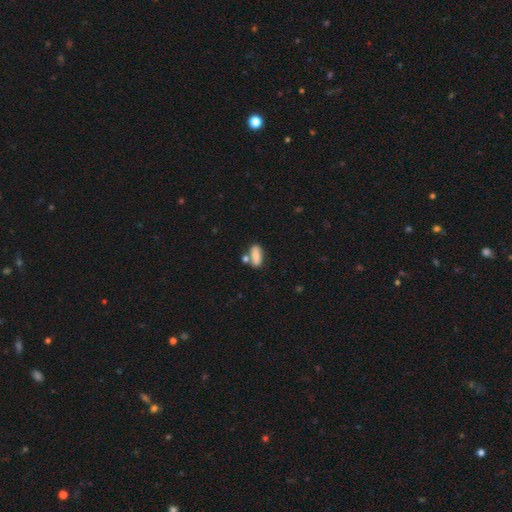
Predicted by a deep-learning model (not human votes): smooth_or_featured: smooth (p=0.79) [alt: featured or disk p=0.13]
how_rounded: in between (p=0.69) [alt: cigar-shaped p=0.27]
merging: none (p=0.58) [alt: merger p=0.24]